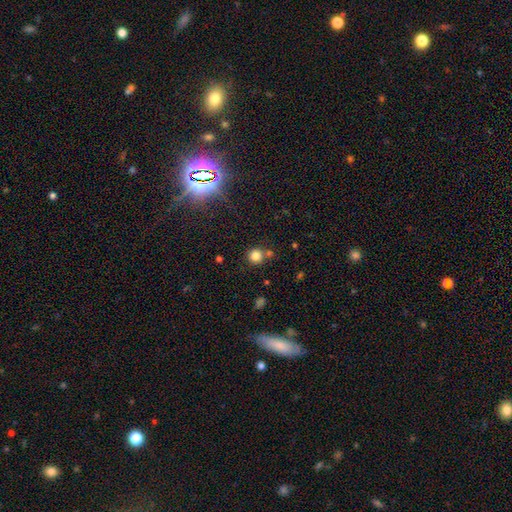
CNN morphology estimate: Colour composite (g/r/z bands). It shows a smooth galaxy with no disk features (80%) that is round (93%). Merging: none (72%).